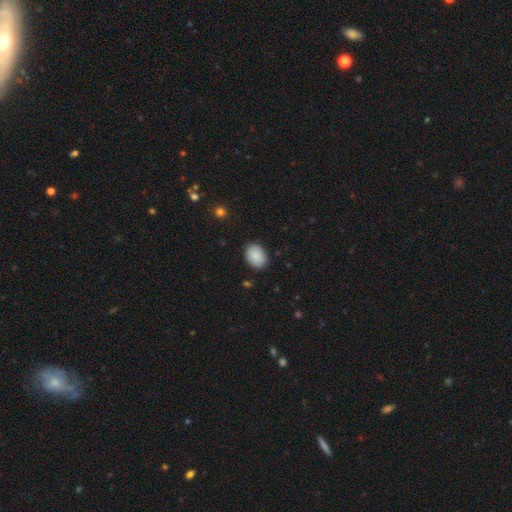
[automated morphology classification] The model was most divided on "how rounded": in between: 71%, round: 28%, cigar-shaped: 1%. More confident: smooth or featured — smooth (89%); merging — none (88%).